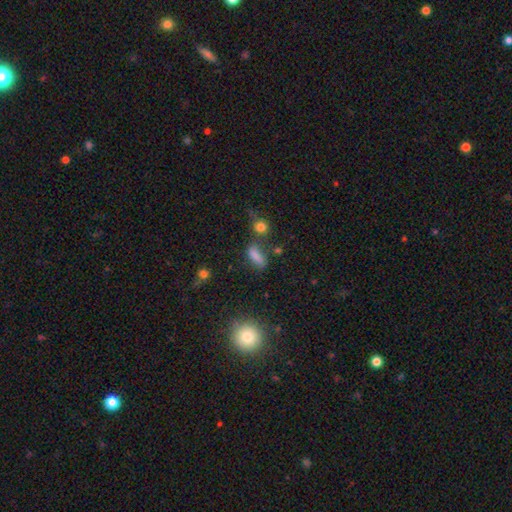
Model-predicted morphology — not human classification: Smooth or featured? smooth (76%)
How rounded? in between (67%)
Merging? none (54%)